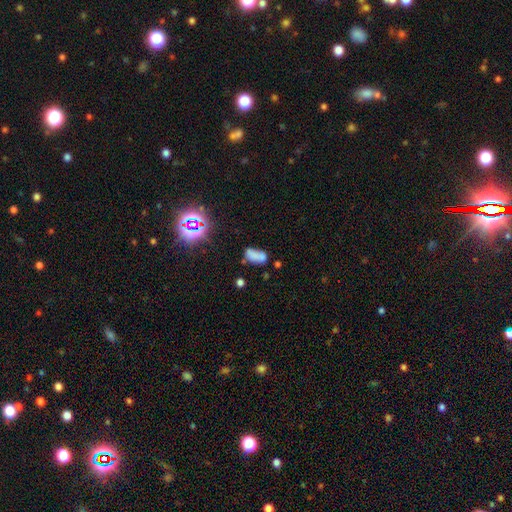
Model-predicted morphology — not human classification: Smooth or featured? Predicted: smooth (p=0.68). How rounded? Predicted: in between (p=0.87). Merging? Predicted: none (p=0.47).